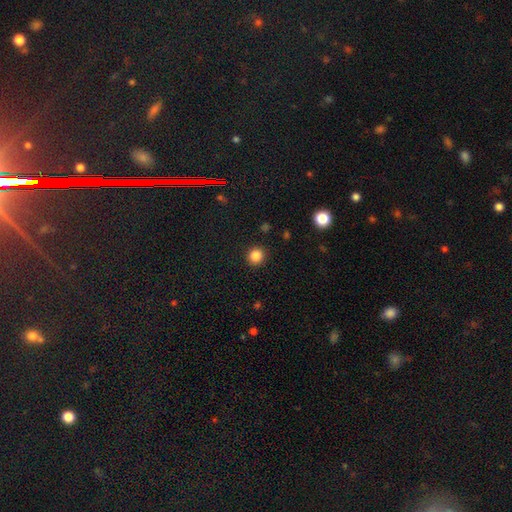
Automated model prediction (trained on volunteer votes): A smooth galaxy with no disk features (85%) that is round (90%). Merging: none (91%).